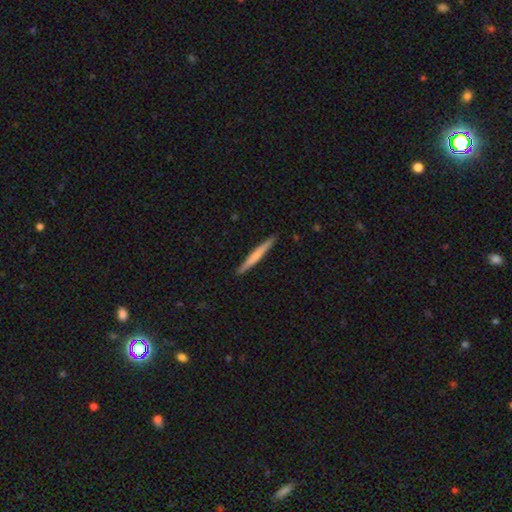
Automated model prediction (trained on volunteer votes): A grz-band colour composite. It shows a smooth galaxy with no disk features (58%) that is cigar-shaped (96%). Merging: none (91%).